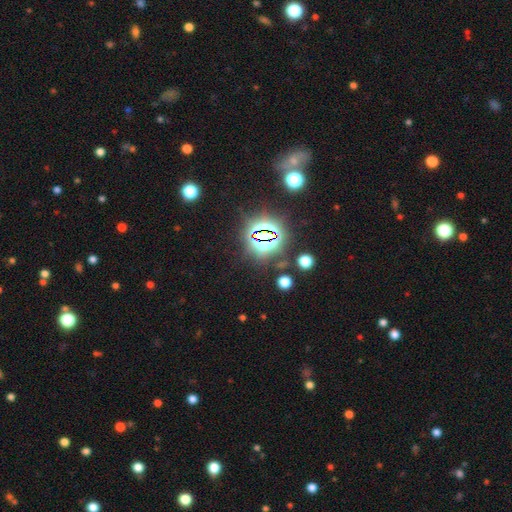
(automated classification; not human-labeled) Morphology: type=star or artifact (81%).